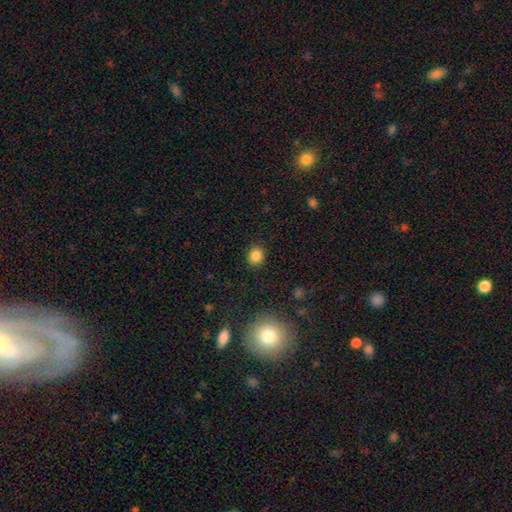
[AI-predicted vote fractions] Smooth or featured? Predicted: smooth (p=0.84). How rounded? Predicted: round (p=0.77). Merging? Predicted: none (p=0.89).